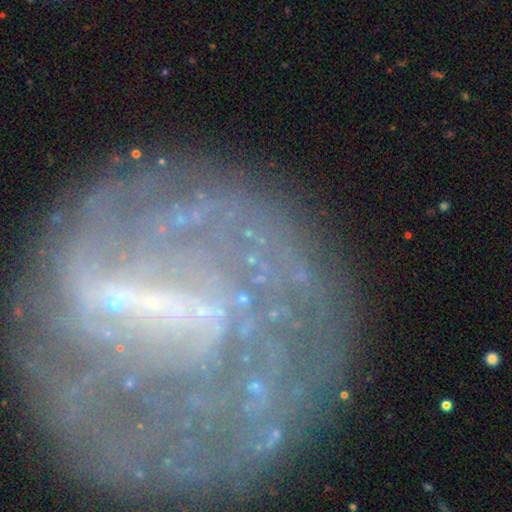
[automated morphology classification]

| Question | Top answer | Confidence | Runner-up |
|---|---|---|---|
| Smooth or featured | featured or disk | 64% | star or artifact (23%) |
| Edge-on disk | no | 93% | yes (7%) |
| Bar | no | 44% | weak (29%) |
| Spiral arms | yes | 80% | no (20%) |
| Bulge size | small | 59% | none (18%) |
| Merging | none | 64% | minor disturbance (18%) |